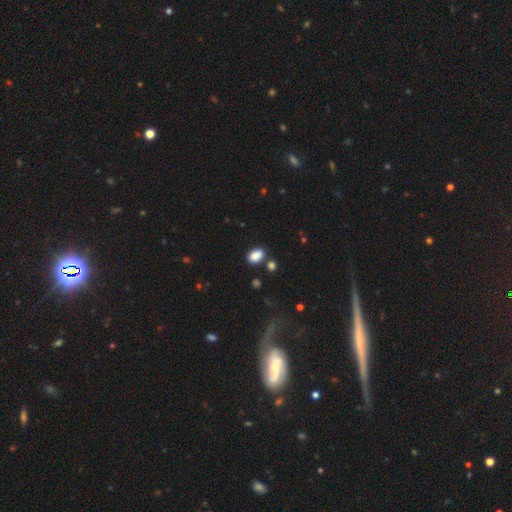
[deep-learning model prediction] A smooth galaxy with no disk features (87%) that is in between round and cigar-shaped (85%). Merging: none (78%).